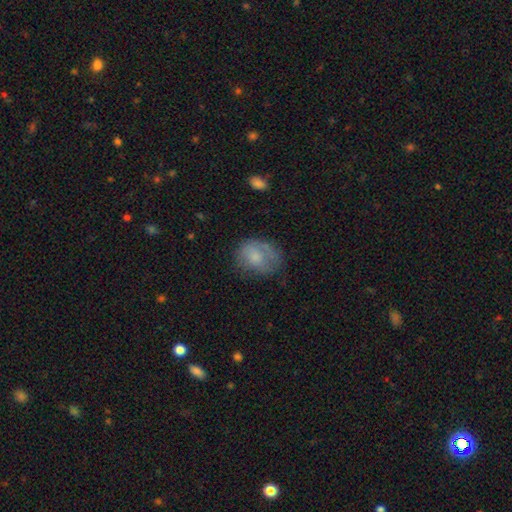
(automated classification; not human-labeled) smooth_or_featured: smooth (p=0.68) [alt: featured or disk p=0.23]
how_rounded: in between (p=0.60) [alt: round p=0.39]
merging: none (p=0.47) [alt: minor disturbance p=0.30]